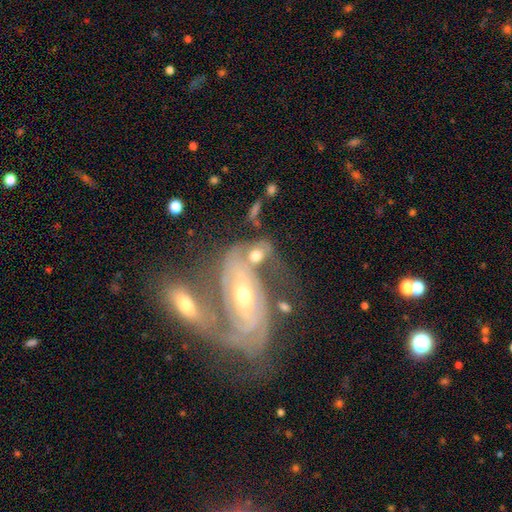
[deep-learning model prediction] featured or disk 47%, smooth 43%, star or artifact 11%. Down the decision tree: merging — merger (47%).